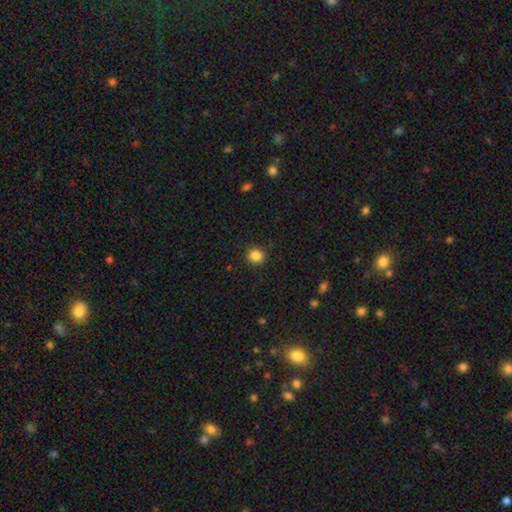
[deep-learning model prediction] Smooth or featured? Predicted: smooth (p=0.86). How rounded? Predicted: round (p=0.88). Merging? Predicted: none (p=0.90).